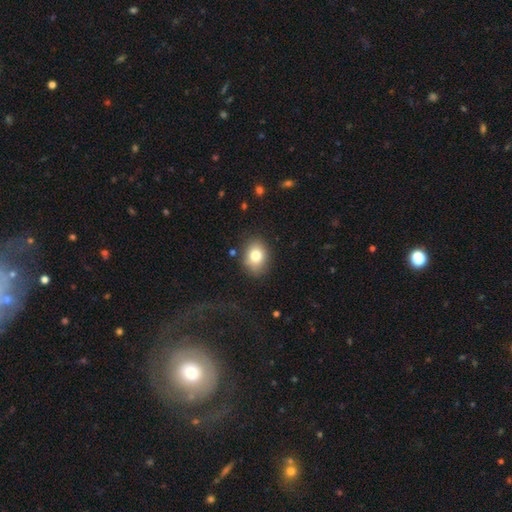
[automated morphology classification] smooth-or-featured: smooth: 80% | featured or disk: 10% | star or artifact: 10%
  how-rounded: in between: 58% | round: 41% | cigar-shaped: 1%
  merging: none: 82% | minor disturbance: 13% | major disturbance: 4% | merger: 2%